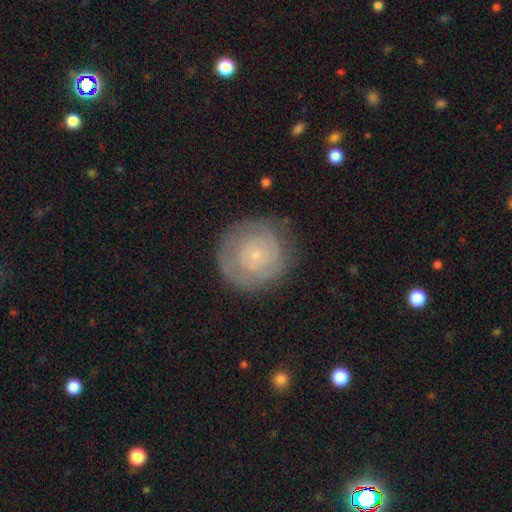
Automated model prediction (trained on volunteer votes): Overall: featured or disk (57%; smooth 36%). Edge-on disk: no (98%). Bar: no (84%). Spiral arms: yes (75%). Bulge size: small (84%). Merging: none (78%).